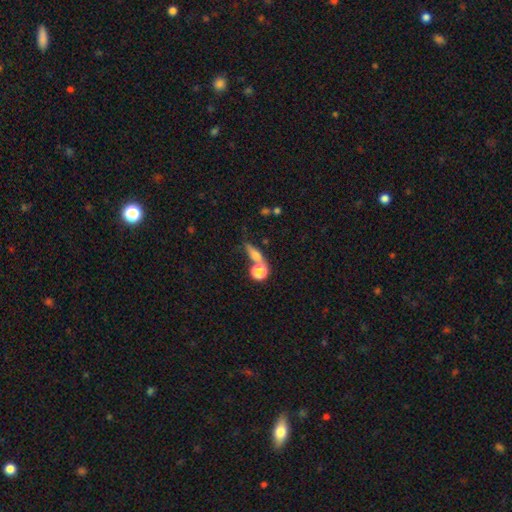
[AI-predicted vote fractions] This appears to be a smooth galaxy with no disk features (66%) that is in between round and cigar-shaped (37%). Merging: none (50%).